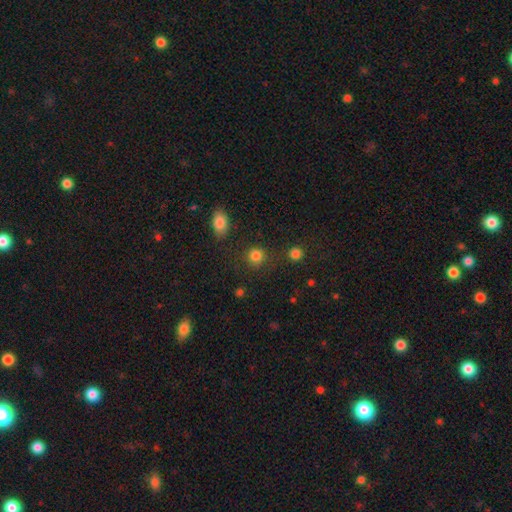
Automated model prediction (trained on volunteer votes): smooth-or-featured: smooth: 84% | star or artifact: 12% | featured or disk: 4%
  how-rounded: round: 88% | in between: 11% | cigar-shaped: 1%
  merging: none: 81% | minor disturbance: 10% | merger: 5% | major disturbance: 4%